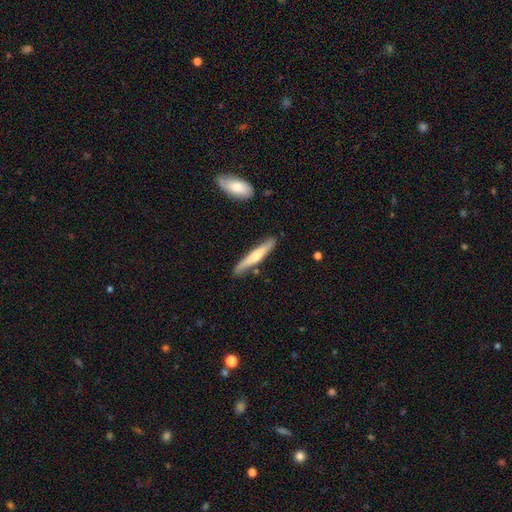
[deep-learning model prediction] Morphology: type=smooth (55%); roundness=cigar-shaped (93%); merging=none (81%).